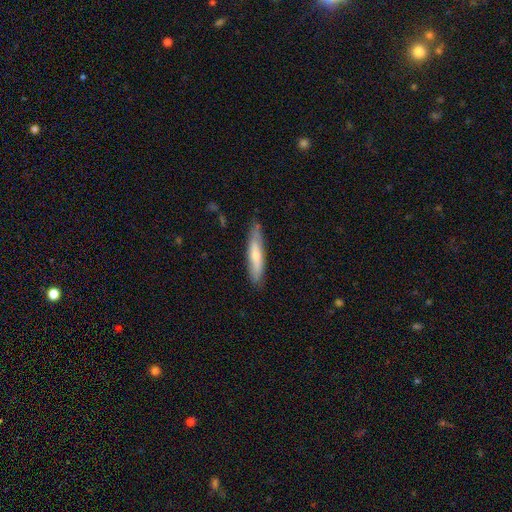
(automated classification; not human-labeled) smooth-or-featured: smooth: 64% | featured or disk: 31% | star or artifact: 5%
  how-rounded: cigar-shaped: 87% | in between: 12% | round: 1%
  merging: none: 80% | minor disturbance: 16% | major disturbance: 3% | merger: 2%